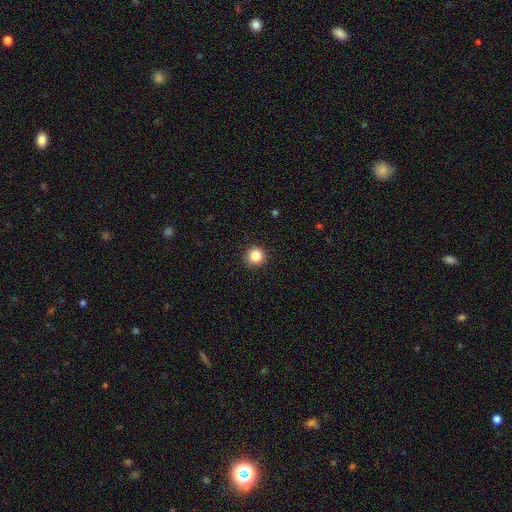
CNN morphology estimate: Smooth or featured: smooth — 85% (star or artifact — 11%)
How rounded: round — 94% (in between — 5%)
Merging: none — 92% (minor disturbance — 6%)